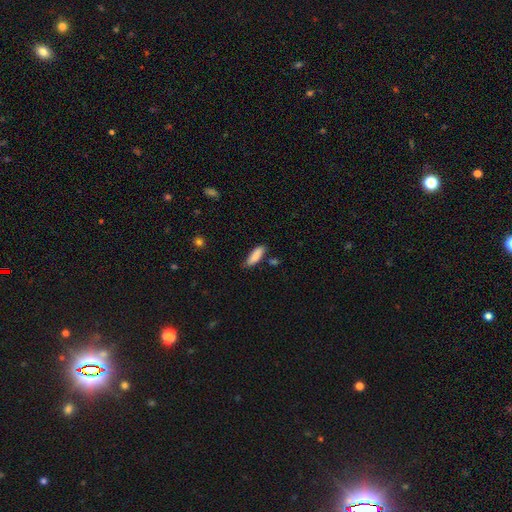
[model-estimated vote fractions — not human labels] A smooth galaxy with no disk features (87%) that is in between round and cigar-shaped (52%).

Vote fractions:
- Smooth or featured? smooth: 87% / star or artifact: 7% / featured or disk: 6%
- How rounded? in between: 52% / cigar-shaped: 46% / round: 2%
- Merging? none: 73% / minor disturbance: 20% / merger: 4% / major disturbance: 3%